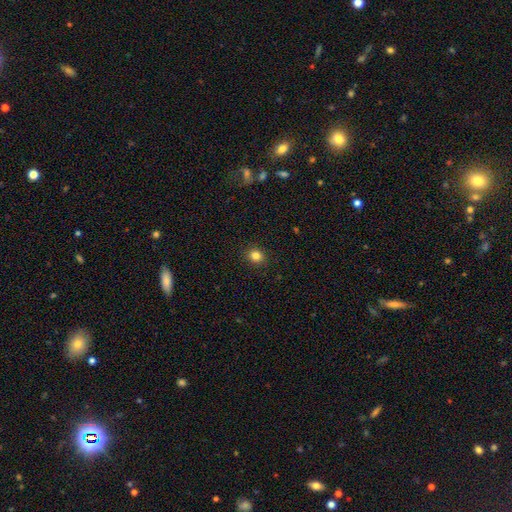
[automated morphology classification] The model was most divided on "how rounded": round: 76%, in between: 23%, cigar-shaped: 1%. More confident: merging — none (91%); smooth or featured — smooth (83%).